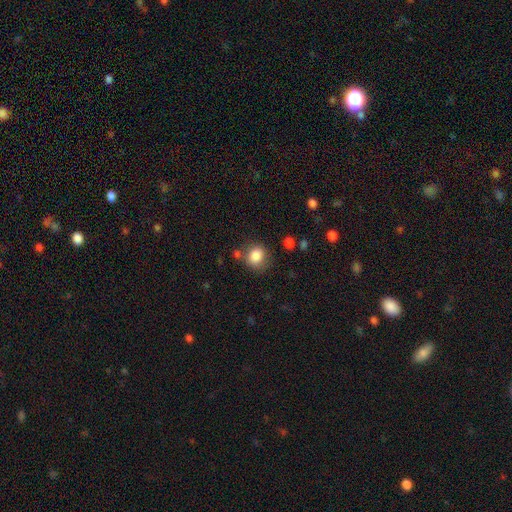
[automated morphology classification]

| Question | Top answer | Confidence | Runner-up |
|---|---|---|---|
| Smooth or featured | smooth | 85% | star or artifact (10%) |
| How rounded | round | 75% | in between (24%) |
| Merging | none | 72% | minor disturbance (15%) |